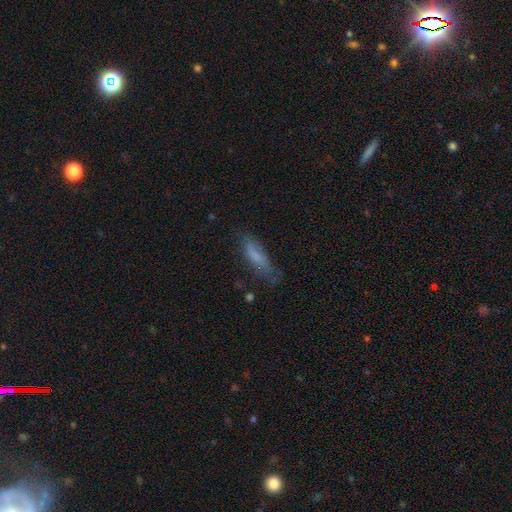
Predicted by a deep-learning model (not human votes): A smooth galaxy with no disk features (67%) that is cigar-shaped (53%).

Vote fractions:
- Smooth or featured? smooth: 67% / featured or disk: 24% / star or artifact: 9%
- How rounded? cigar-shaped: 53% / in between: 45% / round: 2%
- Merging? none: 54% / minor disturbance: 29% / major disturbance: 14% / merger: 3%